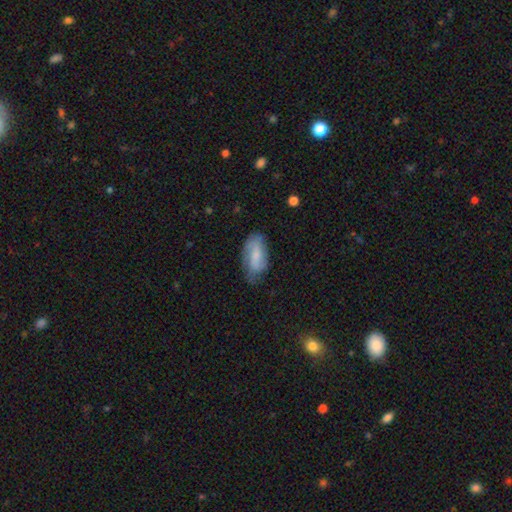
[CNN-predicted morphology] type=smooth (51%); roundness=in between (89%); merging=none (63%).